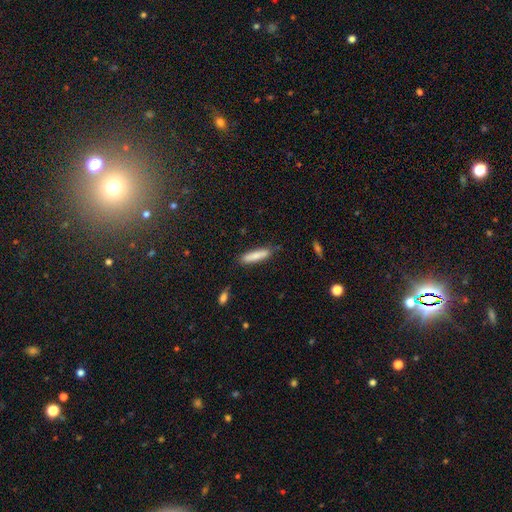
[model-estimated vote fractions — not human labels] The model was most divided on "how rounded": cigar-shaped: 81%, in between: 17%, round: 1%. More confident: merging — none (81%); smooth or featured — smooth (80%).